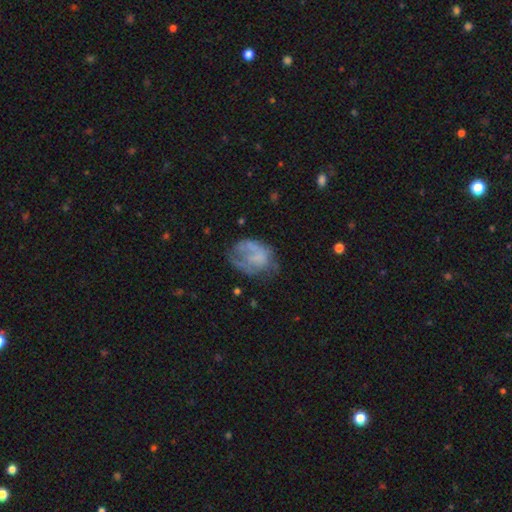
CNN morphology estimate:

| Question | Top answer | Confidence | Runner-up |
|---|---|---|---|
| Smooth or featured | featured or disk | 47% | smooth (42%) |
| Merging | major disturbance | 35% | tied: none (35%) |